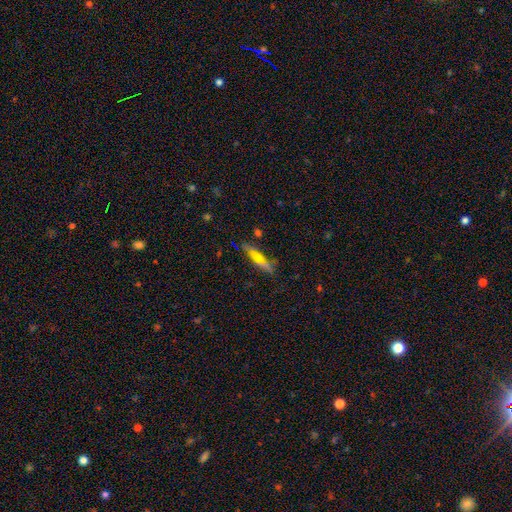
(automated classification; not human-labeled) Morphology: type=featured or disk (53%); edge-on=yes (89%); merging=none (77%).